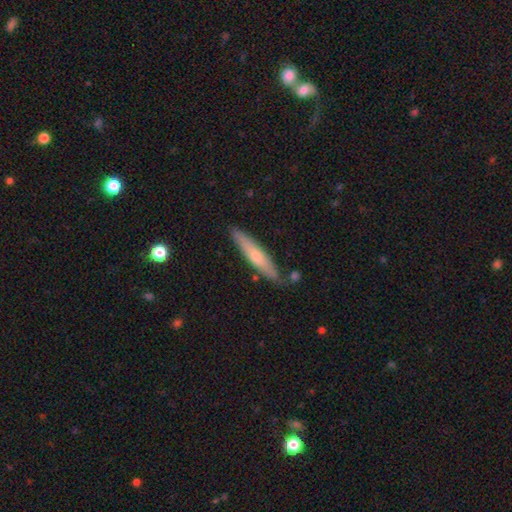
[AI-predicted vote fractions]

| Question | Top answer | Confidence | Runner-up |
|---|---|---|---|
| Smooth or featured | smooth | 54% | featured or disk (40%) |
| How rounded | cigar-shaped | 88% | in between (11%) |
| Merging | none | 83% | minor disturbance (12%) |